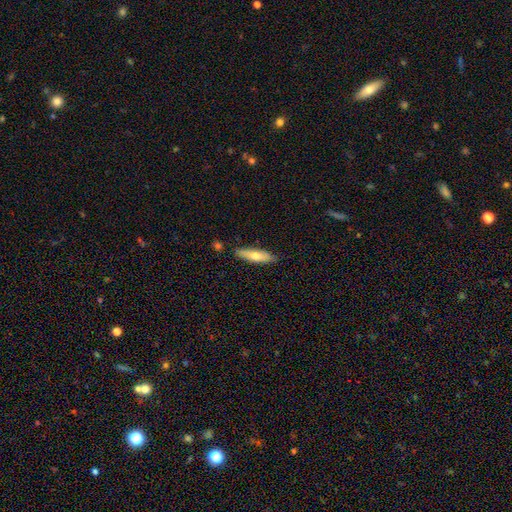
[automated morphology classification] Smooth or featured? smooth (66%)
How rounded? cigar-shaped (66%)
Merging? none (84%)